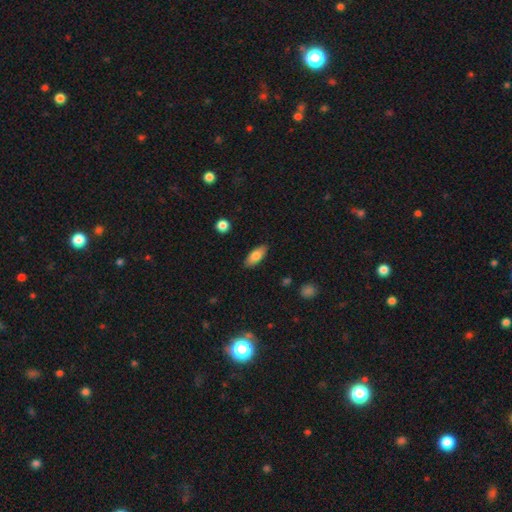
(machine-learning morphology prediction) A smooth galaxy with no disk features (80%) that is in between round and cigar-shaped (81%).

Vote fractions:
- Smooth or featured? smooth: 80% / featured or disk: 13% / star or artifact: 7%
- How rounded? in between: 81% / cigar-shaped: 16% / round: 2%
- Merging? none: 87% / minor disturbance: 10% / major disturbance: 2% / merger: 1%